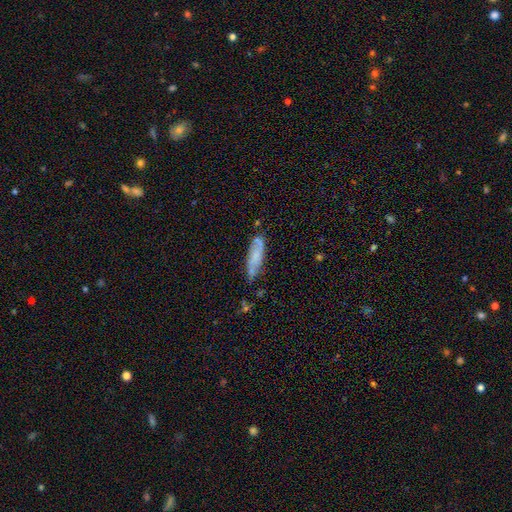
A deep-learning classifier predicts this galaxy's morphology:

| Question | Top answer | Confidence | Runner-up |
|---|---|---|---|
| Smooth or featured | smooth | 53% | featured or disk (38%) |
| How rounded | cigar-shaped | 64% | in between (34%) |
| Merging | none | 57% | minor disturbance (26%) |